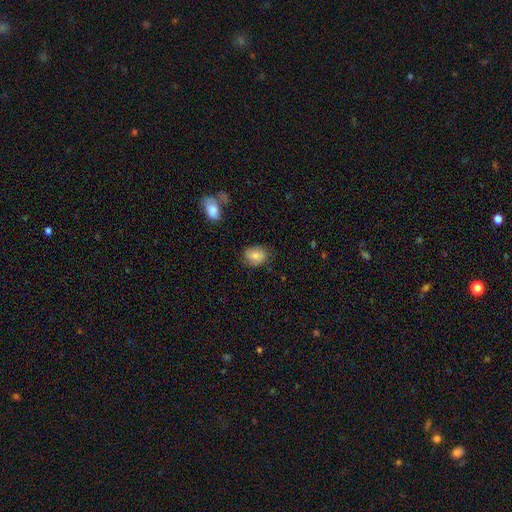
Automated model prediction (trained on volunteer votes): smooth 78%, featured or disk 14%, star or artifact 8%. Down the decision tree: how rounded — in between (60%); merging — none (75%).